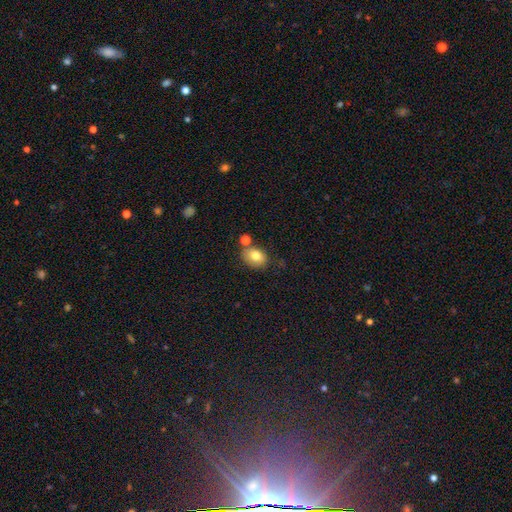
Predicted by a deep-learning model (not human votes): Overall: smooth (78%). How rounded: in between (68%; round 31%). Merging: none (67%).